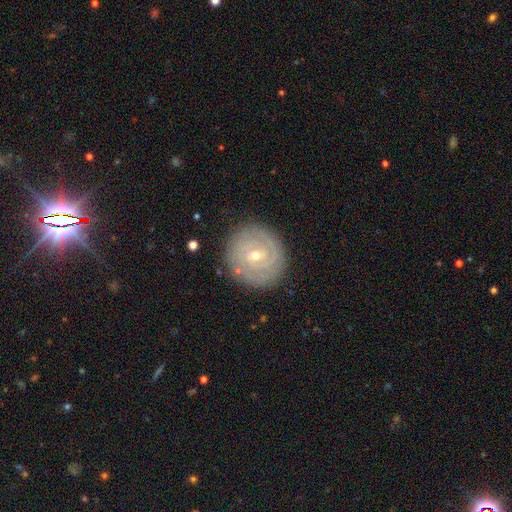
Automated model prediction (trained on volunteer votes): Q: Smooth or featured?
A: featured or disk (79%); runner-up: smooth (15%)
Q: Edge-on disk?
A: no (97%); runner-up: yes (3%)
Q: Bar?
A: weak (48%); runner-up: no (40%)
Q: Spiral arms?
A: yes (89%); runner-up: no (11%)
Q: Spiral winding?
A: tight (83%); runner-up: medium (14%)
Q: Spiral arm count?
A: 2 (36%); runner-up: can't tell (34%)
Q: Bulge size?
A: small (60%); runner-up: moderate (37%)
Q: Merging?
A: none (85%); runner-up: minor disturbance (10%)